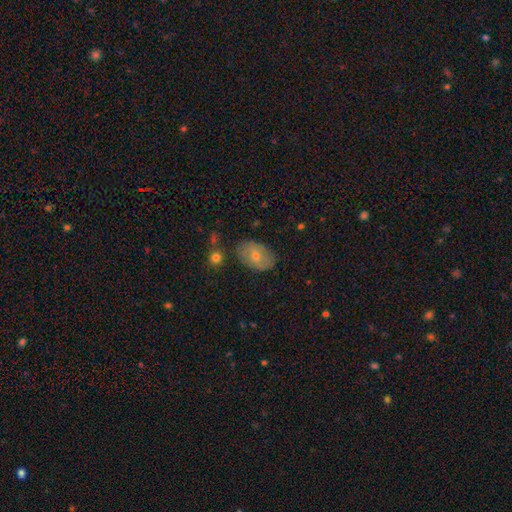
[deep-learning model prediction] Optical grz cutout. It shows a smooth galaxy with no disk features (54%) that is in between round and cigar-shaped (86%). Merging: none (78%).